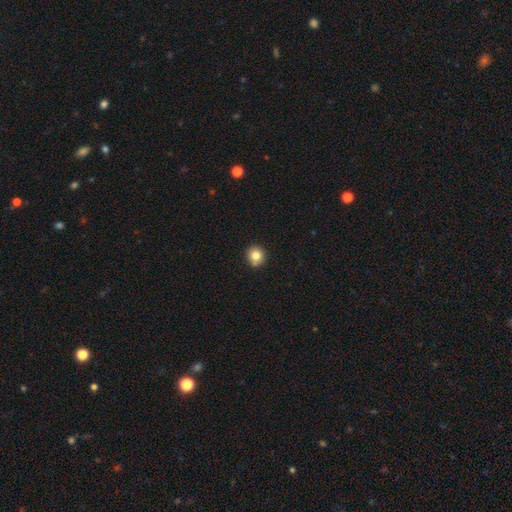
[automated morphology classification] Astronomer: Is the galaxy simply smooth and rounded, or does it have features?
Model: smooth — 81%.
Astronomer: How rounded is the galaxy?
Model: round — 90%.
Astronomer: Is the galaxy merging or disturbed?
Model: none — 83%.